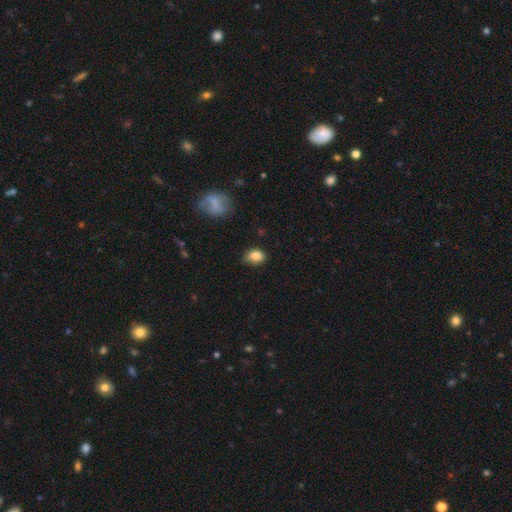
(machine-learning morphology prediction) Smooth or featured? smooth (84%)
How rounded? in between (72%)
Merging? none (72%)